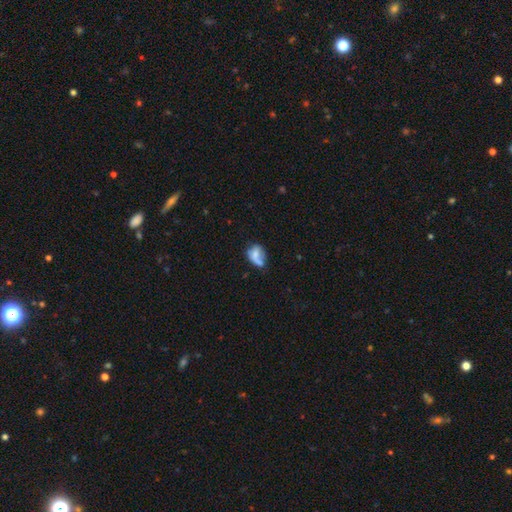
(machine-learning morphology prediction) smooth 60%, featured or disk 30%, star or artifact 10%. Down the decision tree: how rounded — in between (70%); merging — none (31%).